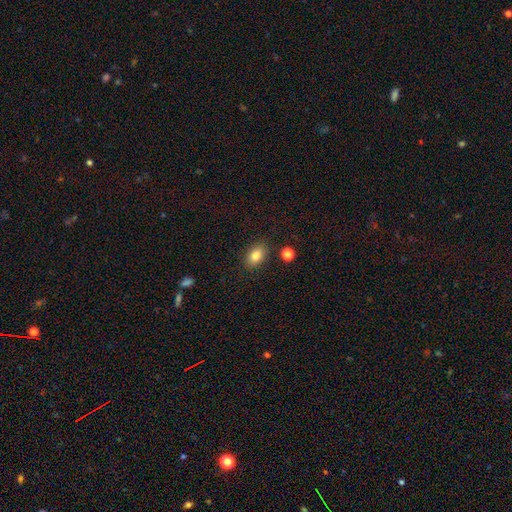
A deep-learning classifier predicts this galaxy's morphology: Overall: smooth (83%). How rounded: in between (84%). Merging: none (85%).